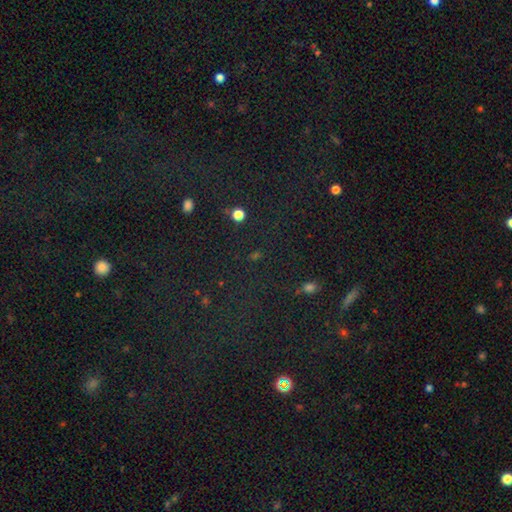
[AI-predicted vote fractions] This is likely a star or artifact rather than a galaxy (71%).